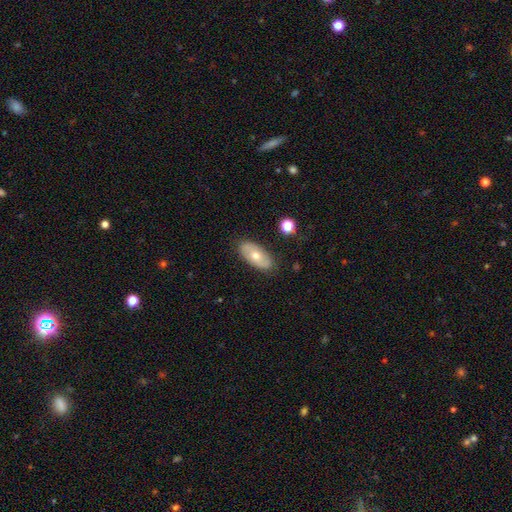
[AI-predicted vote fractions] Smooth or featured? Predicted: smooth (p=0.56). How rounded? Predicted: in between (p=0.92). Merging? Predicted: none (p=0.84).